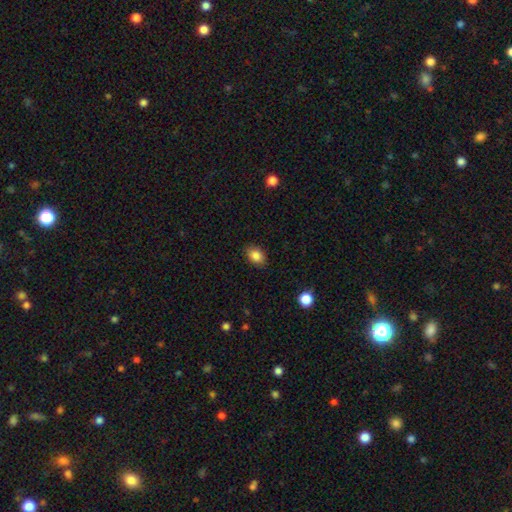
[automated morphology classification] Smooth or featured? smooth (85%)
How rounded? in between (79%)
Merging? none (87%)